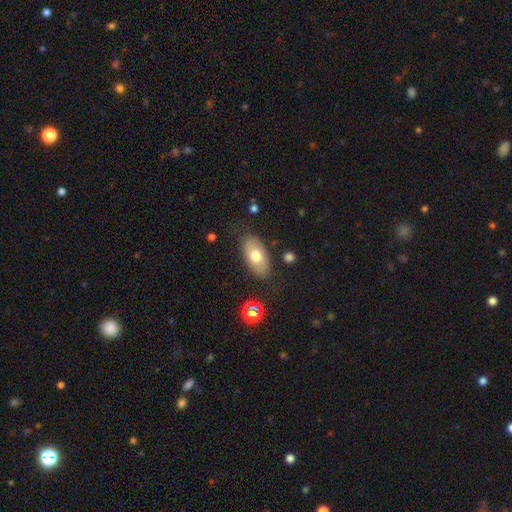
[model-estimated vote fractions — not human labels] Morphology: type=smooth (69%); roundness=in between (92%); merging=none (80%).